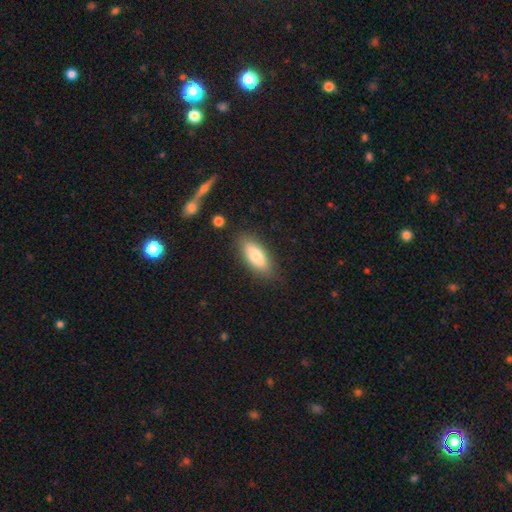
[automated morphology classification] The model was most divided on "how rounded": in between: 75%, cigar-shaped: 22%, round: 2%. More confident: merging — none (83%); smooth or featured — smooth (76%).